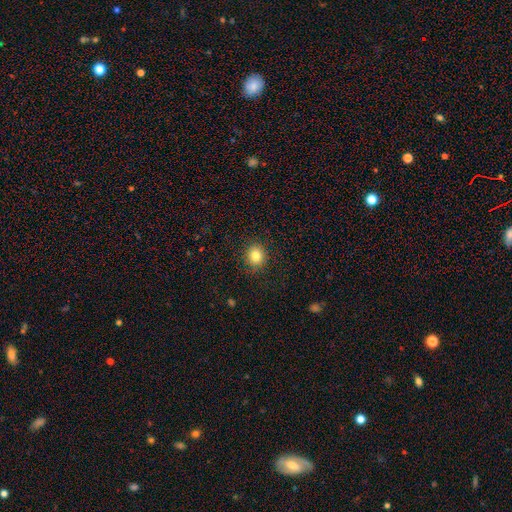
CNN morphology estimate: type=smooth (81%); roundness=round (82%); merging=none (89%).